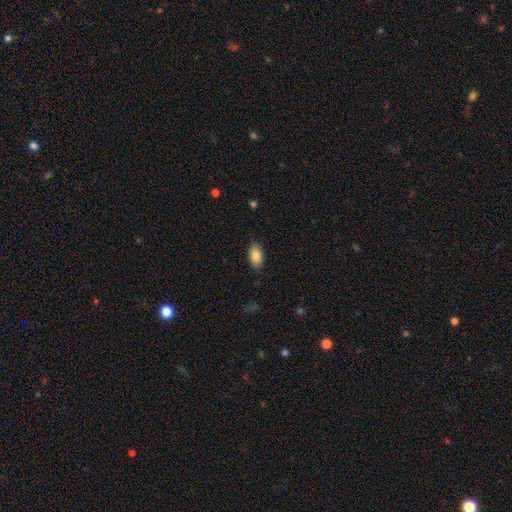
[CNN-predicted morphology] smooth-or-featured: smooth: 86% | featured or disk: 7% | star or artifact: 7%
  how-rounded: in between: 92% | round: 5% | cigar-shaped: 3%
  merging: none: 86% | minor disturbance: 11% | major disturbance: 2% | merger: 1%